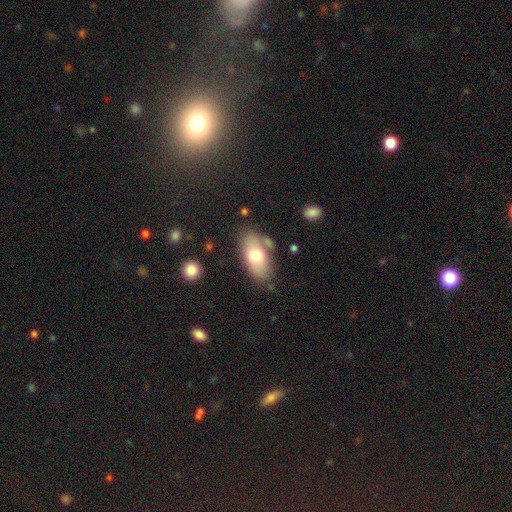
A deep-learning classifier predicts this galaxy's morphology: smooth-or-featured: smooth: 70% | featured or disk: 24% | star or artifact: 7%
  how-rounded: in between: 92% | round: 4% | cigar-shaped: 4%
  merging: none: 67% | minor disturbance: 19% | merger: 8% | major disturbance: 6%